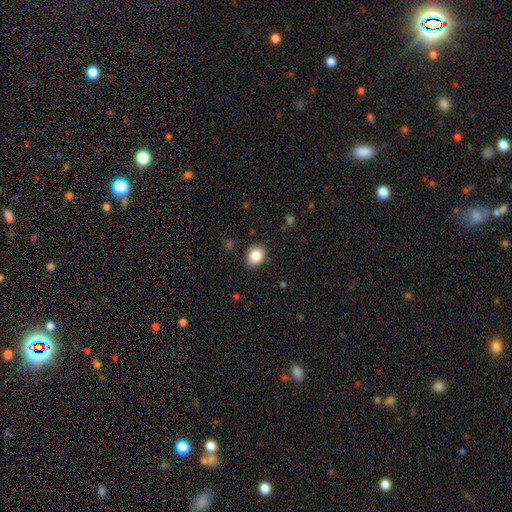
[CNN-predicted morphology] This appears to be a smooth galaxy with no disk features (85%) that is in between round and cigar-shaped (69%). Merging: none (83%).